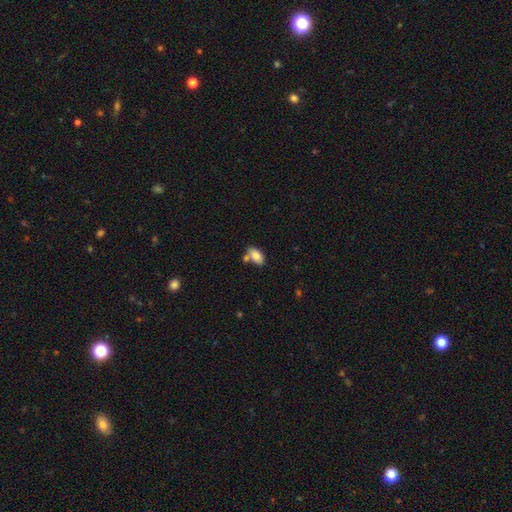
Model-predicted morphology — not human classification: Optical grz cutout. It shows a smooth galaxy with no disk features (83%) that is in between round and cigar-shaped (92%). Merging: none (59%).